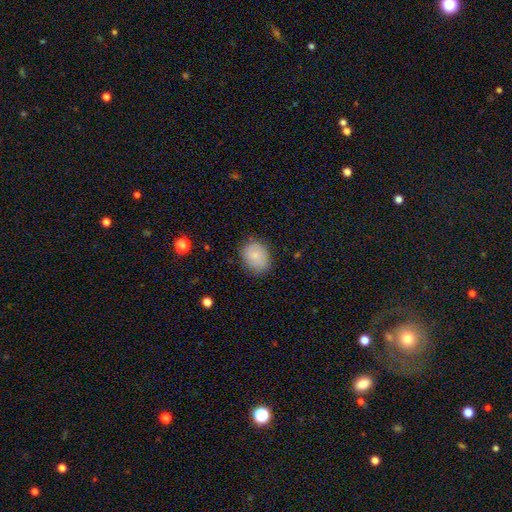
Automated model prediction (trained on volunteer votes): Morphology: type=smooth (79%); roundness=in between (52%); merging=none (77%).